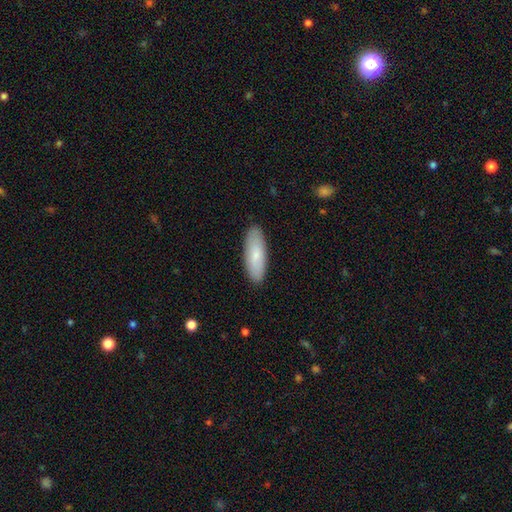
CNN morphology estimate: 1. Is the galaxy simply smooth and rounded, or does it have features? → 78% smooth, 17% featured or disk, 5% star or artifact.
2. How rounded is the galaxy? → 61% in between, 37% cigar-shaped, 2% round.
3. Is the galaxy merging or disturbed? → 89% none, 8% minor disturbance, 2% major disturbance, 1% merger.